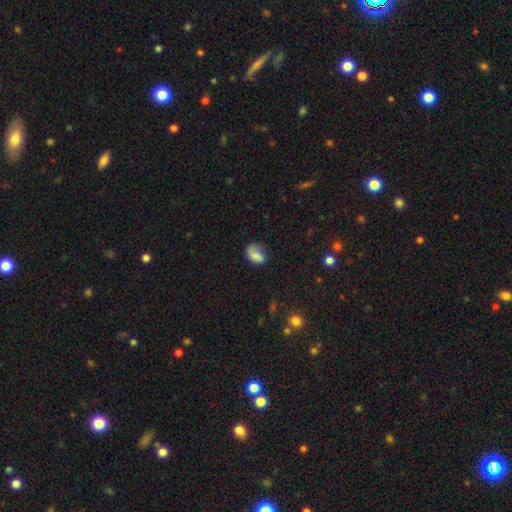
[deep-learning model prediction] Overall: smooth (70%). How rounded: in between (78%). Merging: none (42%; minor disturbance 31%).